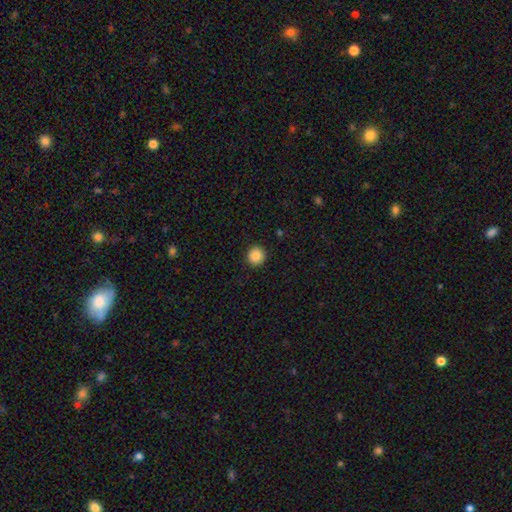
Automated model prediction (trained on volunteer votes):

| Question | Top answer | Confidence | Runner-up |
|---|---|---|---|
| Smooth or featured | smooth | 87% | star or artifact (10%) |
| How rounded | round | 94% | in between (5%) |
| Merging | none | 93% | minor disturbance (4%) |